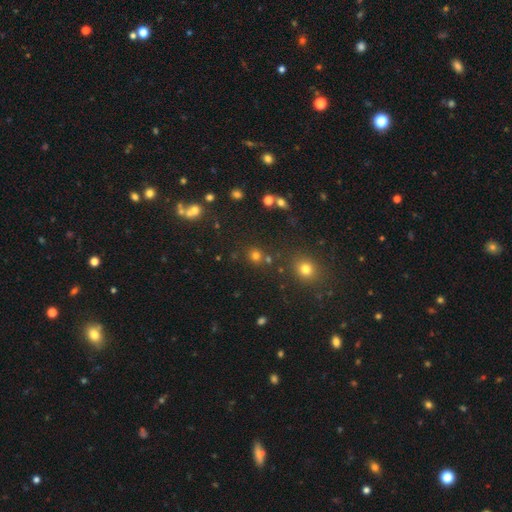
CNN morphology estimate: A smooth galaxy with no disk features (72%) that is round (88%). Merging: none (78%).